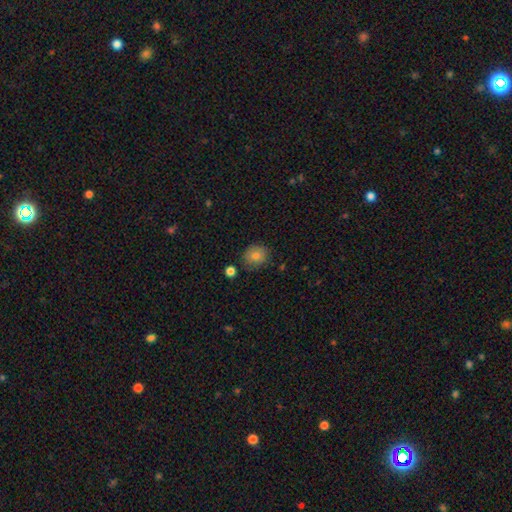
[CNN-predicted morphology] type=smooth (80%); roundness=round (73%); merging=none (81%).